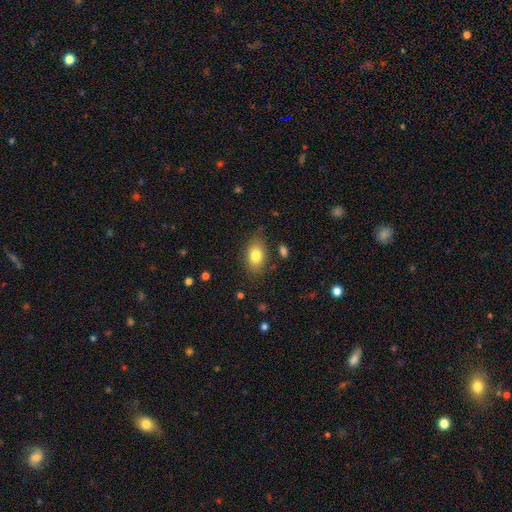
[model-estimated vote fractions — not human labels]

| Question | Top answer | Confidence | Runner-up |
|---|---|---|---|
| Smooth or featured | smooth | 81% | featured or disk (11%) |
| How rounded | in between | 85% | round (14%) |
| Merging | none | 80% | minor disturbance (14%) |